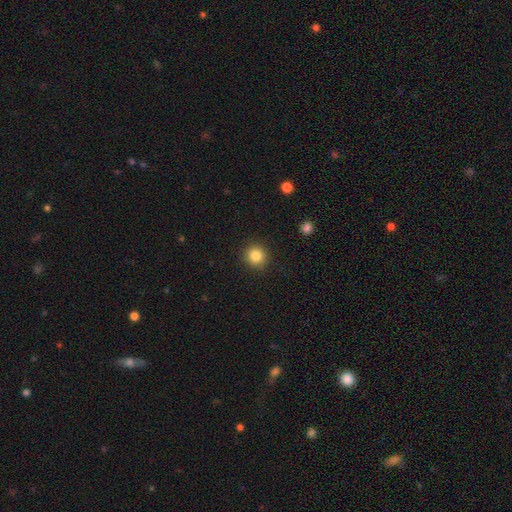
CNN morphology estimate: Smooth or featured? smooth (83%)
How rounded? round (94%)
Merging? none (91%)